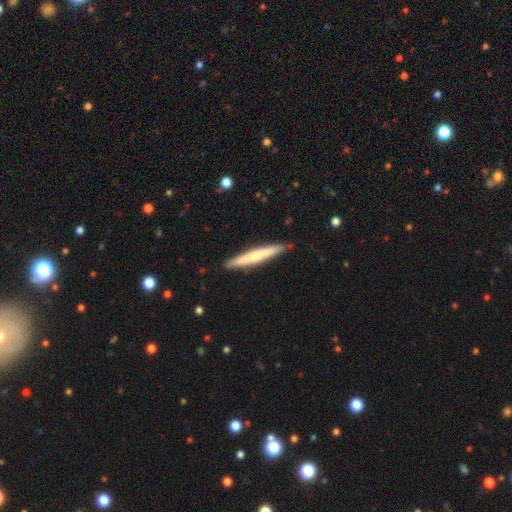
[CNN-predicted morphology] type=smooth (57%); roundness=cigar-shaped (96%); merging=none (89%).